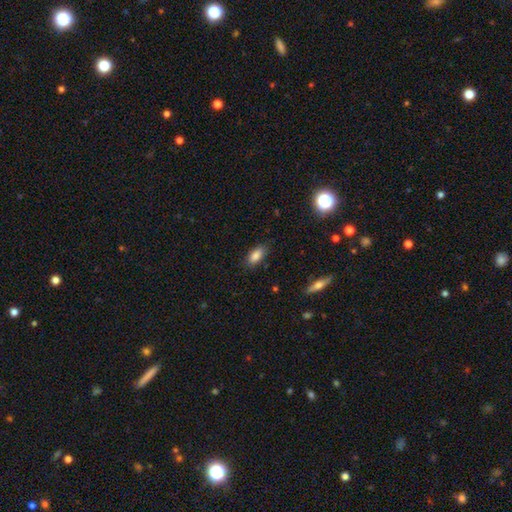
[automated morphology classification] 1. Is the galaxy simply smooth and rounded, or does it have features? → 85% smooth, 8% star or artifact, 7% featured or disk.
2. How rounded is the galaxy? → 87% in between, 10% cigar-shaped, 3% round.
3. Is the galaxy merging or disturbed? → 84% none, 12% minor disturbance, 3% major disturbance, 1% merger.